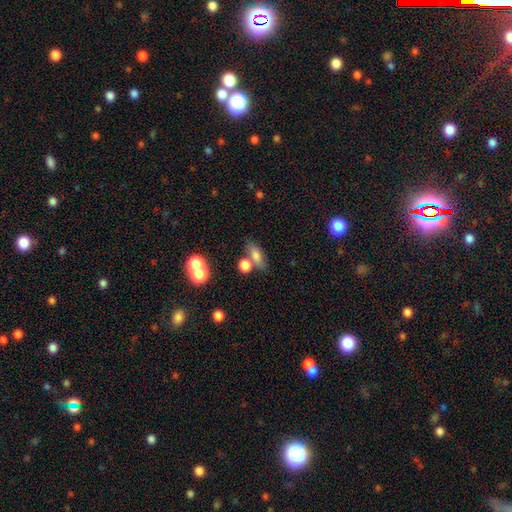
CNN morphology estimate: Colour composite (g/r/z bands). It shows a smooth galaxy with no disk features (73%) that is in between round and cigar-shaped (64%). Merging: none (61%).